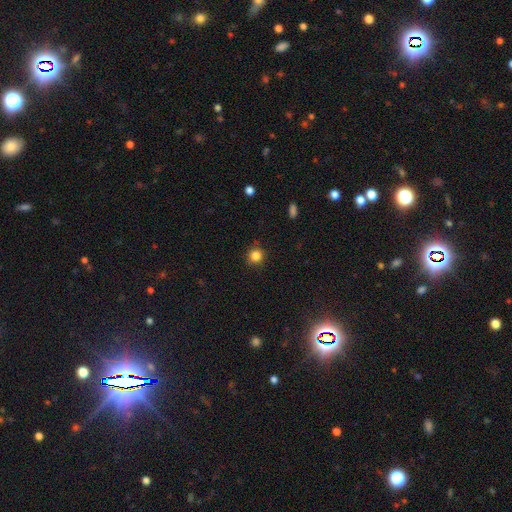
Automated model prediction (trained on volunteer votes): This is clearly a smooth galaxy (84%). How rounded: clearly round (92%). Merging: clearly none (86%).